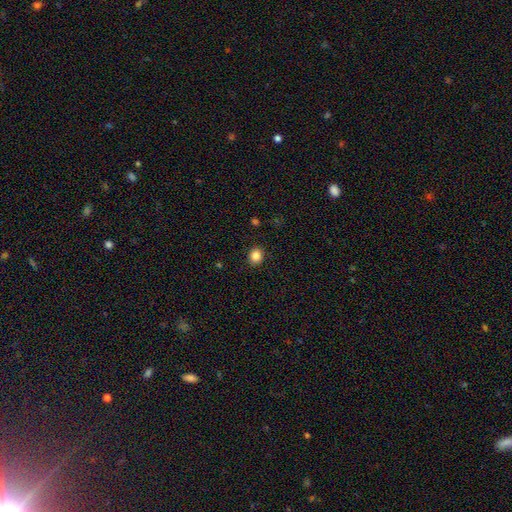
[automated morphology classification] Q: Smooth or featured?
A: smooth (85%); runner-up: star or artifact (11%)
Q: How rounded?
A: round (72%); runner-up: in between (27%)
Q: Merging?
A: none (90%); runner-up: minor disturbance (7%)